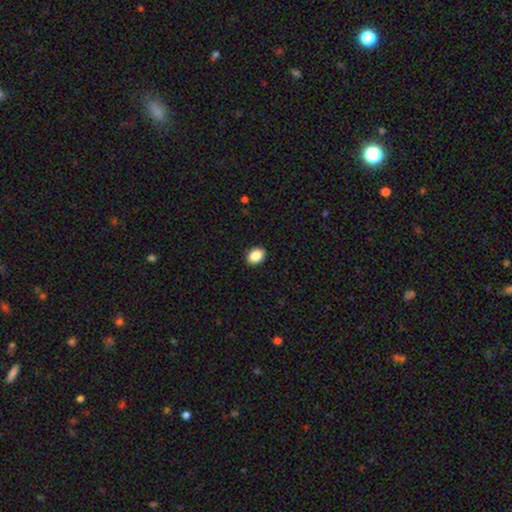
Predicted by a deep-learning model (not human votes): Morphology: type=smooth (88%); roundness=in between (75%); merging=none (91%).